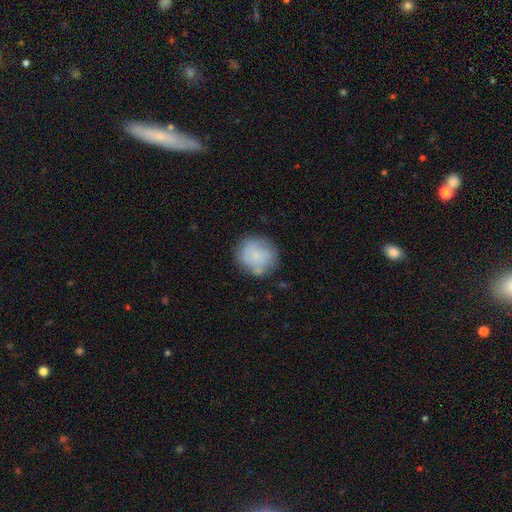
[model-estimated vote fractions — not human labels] This is likely a smooth galaxy (71%). How rounded: clearly round (87%). Merging: likely none (69%).